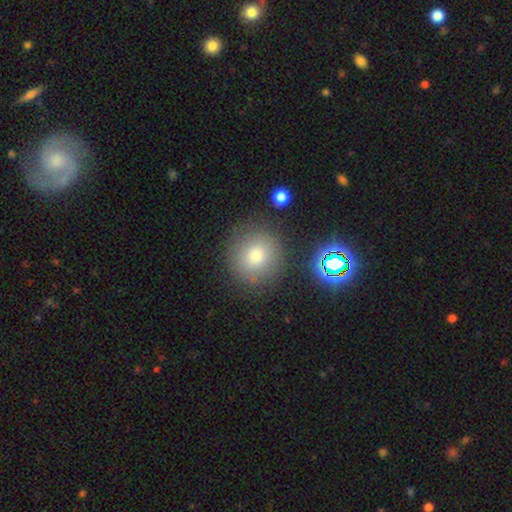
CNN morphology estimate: Smooth or featured? smooth (77%)
How rounded? round (89%)
Merging? none (82%)